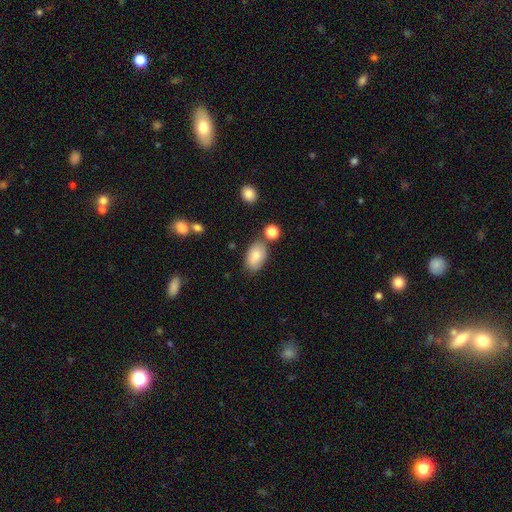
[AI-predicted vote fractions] A smooth galaxy with no disk features (82%) that is in between round and cigar-shaped (91%).

Vote fractions:
- Smooth or featured? smooth: 82% / featured or disk: 11% / star or artifact: 7%
- How rounded? in between: 91% / round: 7% / cigar-shaped: 2%
- Merging? none: 70% / minor disturbance: 17% / merger: 9% / major disturbance: 4%